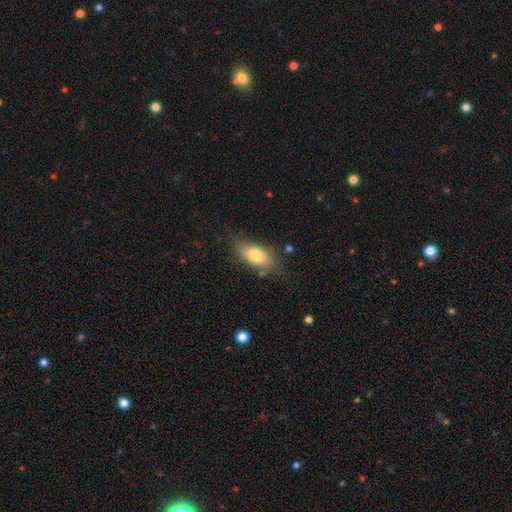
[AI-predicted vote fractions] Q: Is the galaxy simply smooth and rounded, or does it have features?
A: smooth — 75%.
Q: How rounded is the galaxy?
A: in between — 86%.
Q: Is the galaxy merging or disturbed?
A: none — 67%.